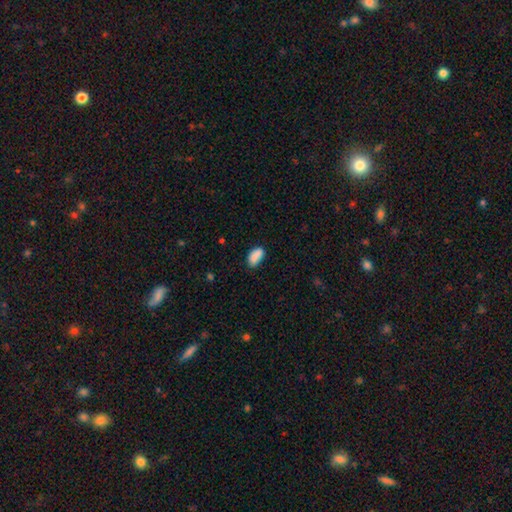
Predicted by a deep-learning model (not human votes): Morphology: type=smooth (87%); roundness=in between (92%); merging=none (72%).